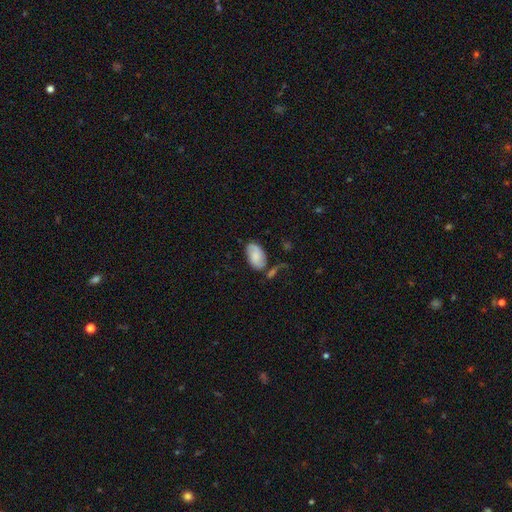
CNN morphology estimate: Smooth or featured? smooth (60%)
How rounded? in between (93%)
Merging? none (52%)